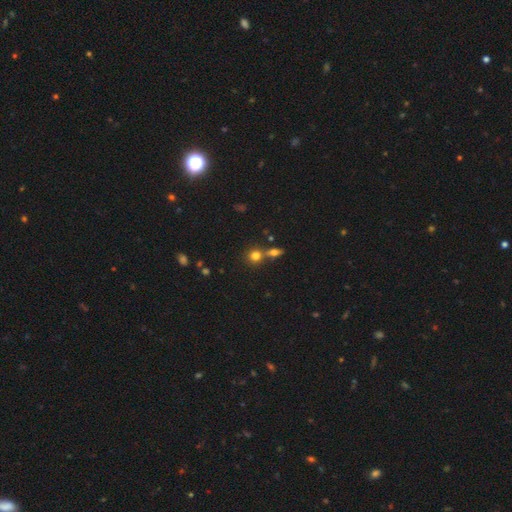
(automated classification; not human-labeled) A smooth galaxy with no disk features (77%) that is round (86%). Merging: none (55%).